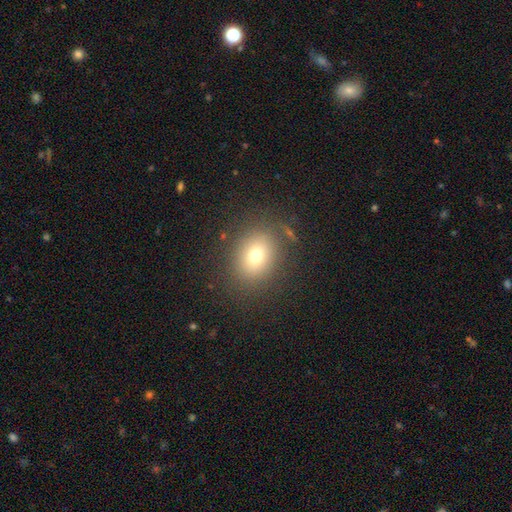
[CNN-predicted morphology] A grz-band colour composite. It shows a smooth galaxy with no disk features (72%) that is round (57%). Merging: none (82%).